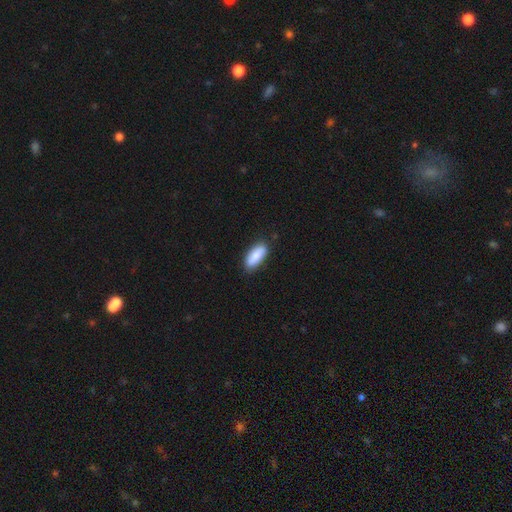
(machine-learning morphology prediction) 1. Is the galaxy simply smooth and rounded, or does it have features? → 86% smooth, 8% featured or disk, 6% star or artifact.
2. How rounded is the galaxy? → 80% in between, 17% cigar-shaped, 2% round.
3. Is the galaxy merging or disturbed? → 85% none, 12% minor disturbance, 2% major disturbance, 1% merger.